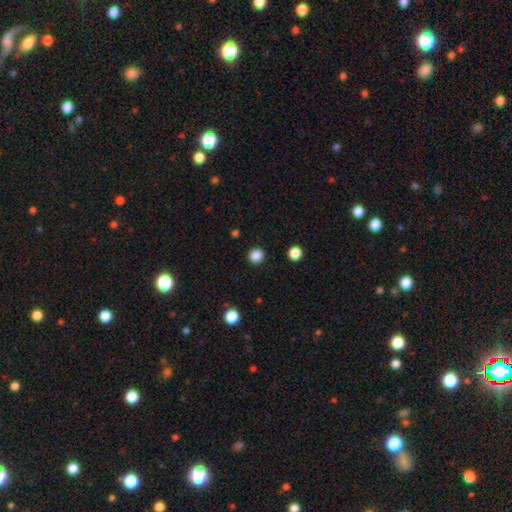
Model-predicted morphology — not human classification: The model was most divided on "smooth or featured": smooth: 86%, star or artifact: 12%, featured or disk: 3%. More confident: how rounded — round (94%); merging — none (92%).